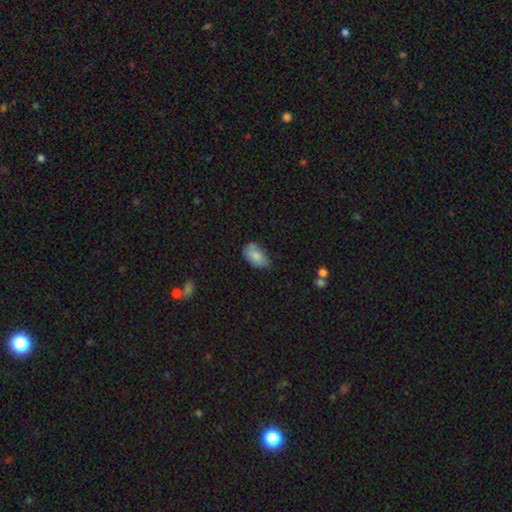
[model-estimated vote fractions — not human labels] A smooth galaxy with no disk features (77%) that is in between round and cigar-shaped (93%).

Vote fractions:
- Smooth or featured? smooth: 77% / featured or disk: 16% / star or artifact: 7%
- How rounded? in between: 93% / round: 5% / cigar-shaped: 2%
- Merging? none: 50% / minor disturbance: 35% / major disturbance: 8% / merger: 7%